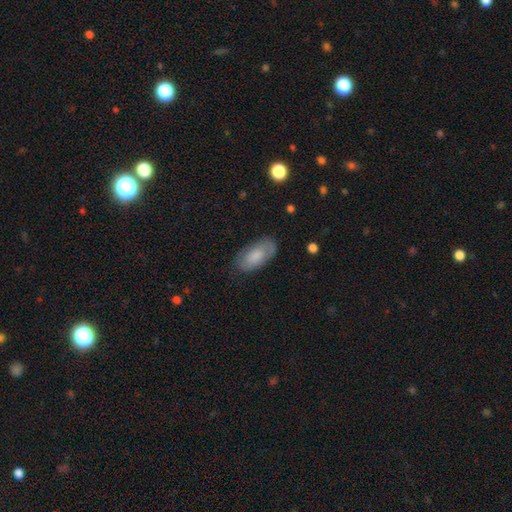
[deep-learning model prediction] A smooth galaxy with no disk features (71%) that is in between round and cigar-shaped (93%).

Vote fractions:
- Smooth or featured? smooth: 71% / featured or disk: 22% / star or artifact: 7%
- How rounded? in between: 93% / cigar-shaped: 4% / round: 3%
- Merging? none: 77% / minor disturbance: 17% / major disturbance: 5% / merger: 1%